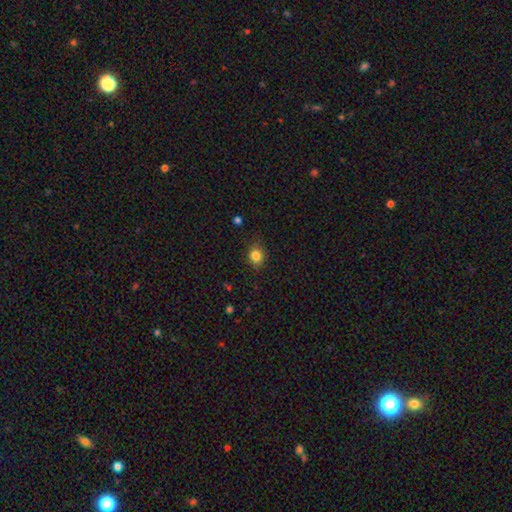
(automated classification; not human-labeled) A smooth galaxy with no disk features (83%) that is round (71%). Merging: none (82%).